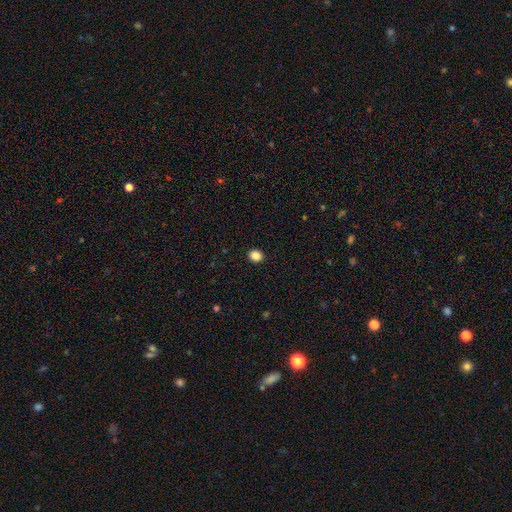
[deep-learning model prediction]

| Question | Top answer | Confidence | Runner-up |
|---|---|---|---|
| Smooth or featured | smooth | 86% | star or artifact (11%) |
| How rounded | round | 69% | in between (30%) |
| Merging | none | 92% | minor disturbance (5%) |